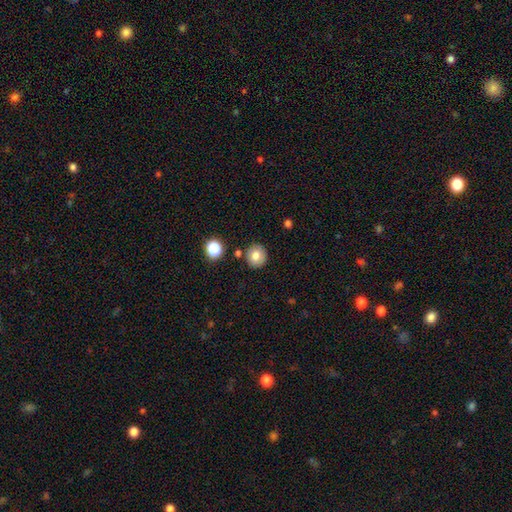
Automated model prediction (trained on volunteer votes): Morphology: type=smooth (78%); roundness=round (88%); merging=none (85%).